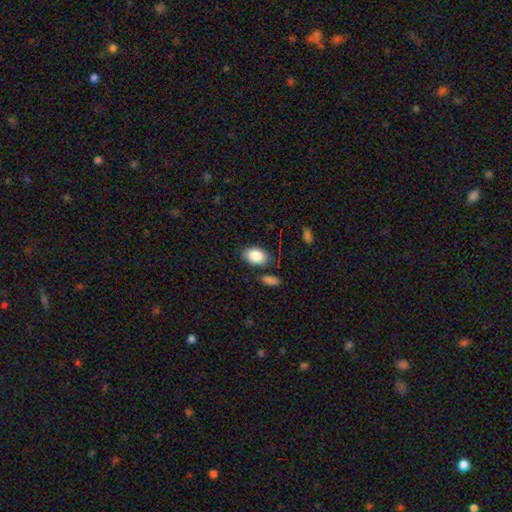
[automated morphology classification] This appears to be a smooth galaxy with no disk features (87%) that is in between round and cigar-shaped (86%). Merging: none (77%).